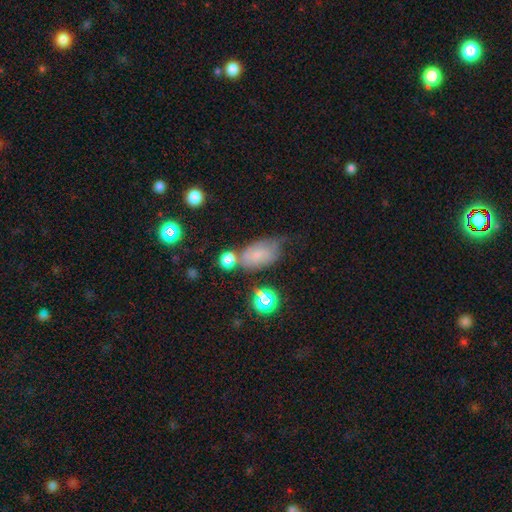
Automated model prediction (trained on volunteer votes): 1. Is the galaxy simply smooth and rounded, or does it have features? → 51% smooth, 33% featured or disk, 16% star or artifact.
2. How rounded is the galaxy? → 85% in between, 13% round, 3% cigar-shaped.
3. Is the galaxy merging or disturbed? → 38% none, 29% minor disturbance, 17% merger, 16% major disturbance.